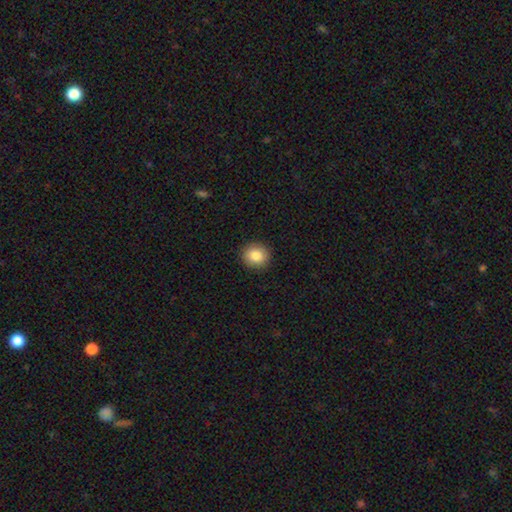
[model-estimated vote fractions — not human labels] A smooth galaxy with no disk features (84%) that is round (86%).

Vote fractions:
- Smooth or featured? smooth: 84% / star or artifact: 9% / featured or disk: 7%
- How rounded? round: 86% / in between: 13% / cigar-shaped: 1%
- Merging? none: 92% / minor disturbance: 5% / major disturbance: 2% / merger: 1%